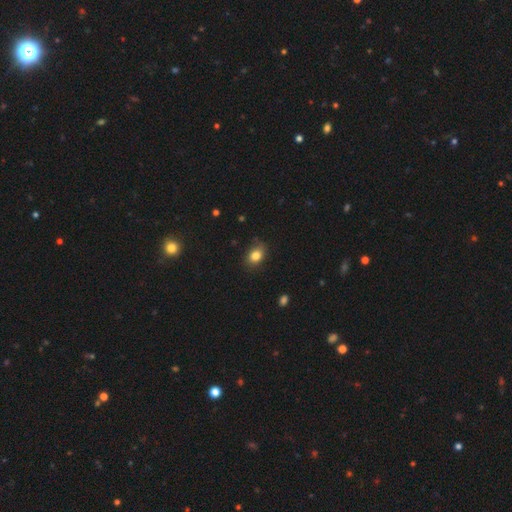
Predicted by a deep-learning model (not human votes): The model was most divided on "how rounded": in between: 67%, round: 32%, cigar-shaped: 1%. More confident: smooth or featured — smooth (83%); merging — none (79%).